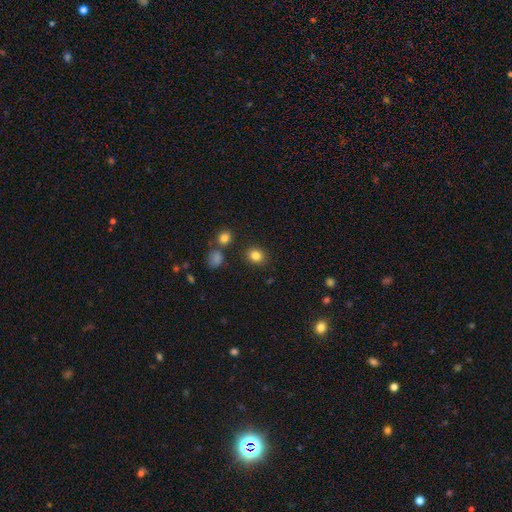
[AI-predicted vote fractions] smooth 83%, star or artifact 12%, featured or disk 5%. Down the decision tree: how rounded — round (69%); merging — none (85%).